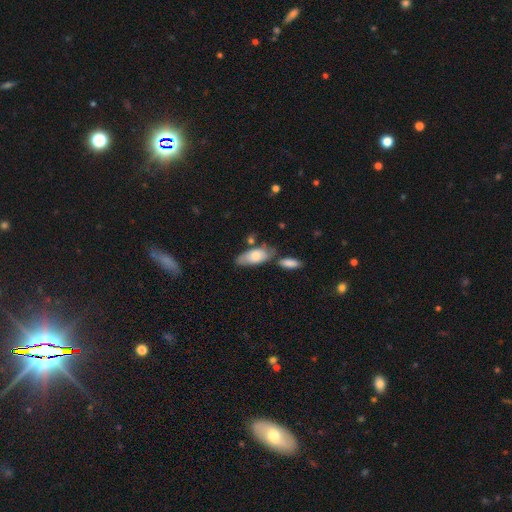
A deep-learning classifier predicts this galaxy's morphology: A smooth galaxy with no disk features (71%) that is in between round and cigar-shaped (85%). Merging: none (57%).